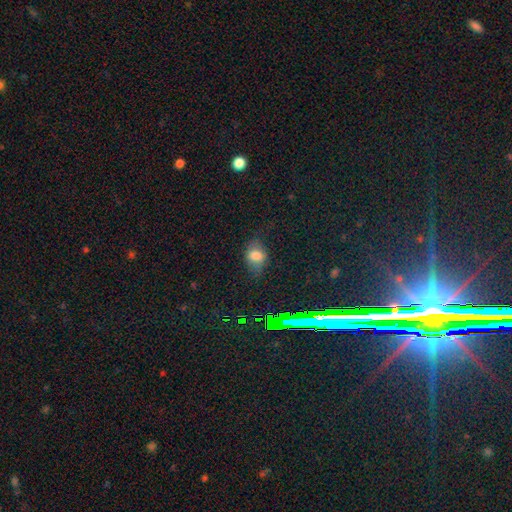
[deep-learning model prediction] smooth-or-featured: smooth: 70% | featured or disk: 15% | star or artifact: 15%
  how-rounded: in between: 65% | round: 34% | cigar-shaped: 2%
  merging: none: 67% | minor disturbance: 23% | major disturbance: 9% | merger: 1%